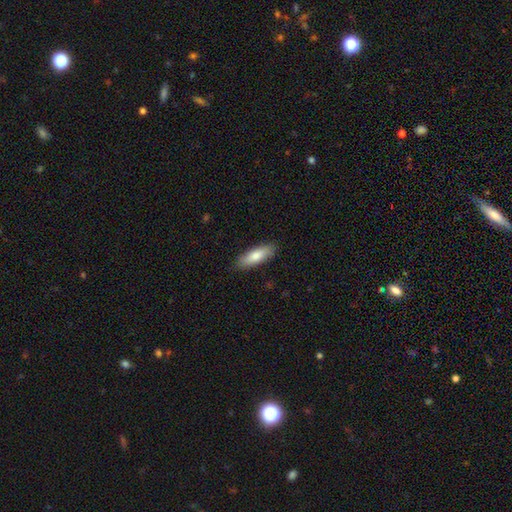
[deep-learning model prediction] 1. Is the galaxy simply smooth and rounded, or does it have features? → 79% smooth, 16% featured or disk, 6% star or artifact.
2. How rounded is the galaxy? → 53% in between, 45% cigar-shaped, 2% round.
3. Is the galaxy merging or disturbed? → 88% none, 9% minor disturbance, 2% major disturbance, 1% merger.